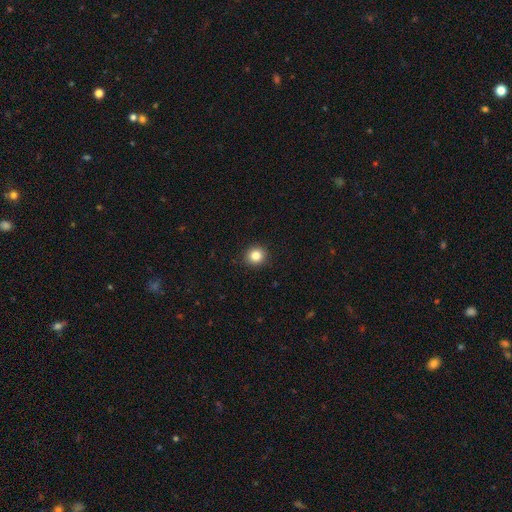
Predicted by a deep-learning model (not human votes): The model was most divided on "smooth or featured": smooth: 84%, star or artifact: 11%, featured or disk: 5%. More confident: merging — none (92%); how rounded — round (88%).